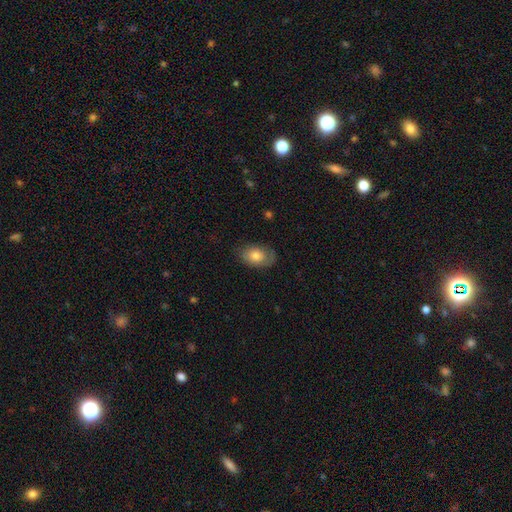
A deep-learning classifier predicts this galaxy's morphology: This is likely a smooth galaxy (73%). How rounded: clearly in between (83%). Merging: likely none (70%).